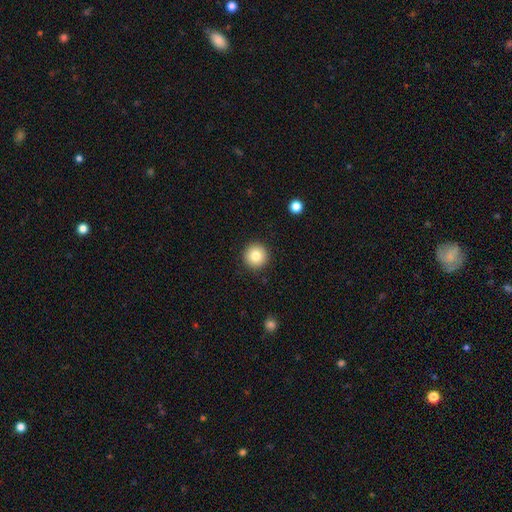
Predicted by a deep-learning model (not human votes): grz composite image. It shows a smooth galaxy with no disk features (82%) that is round (96%). Merging: none (92%).